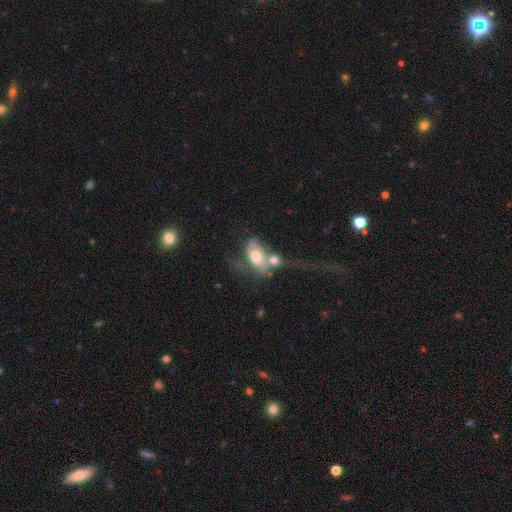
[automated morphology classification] Smooth or featured? Predicted: featured or disk (p=0.52). Edge-on disk? Predicted: no (p=0.91). Merging? Predicted: merger (p=0.50).